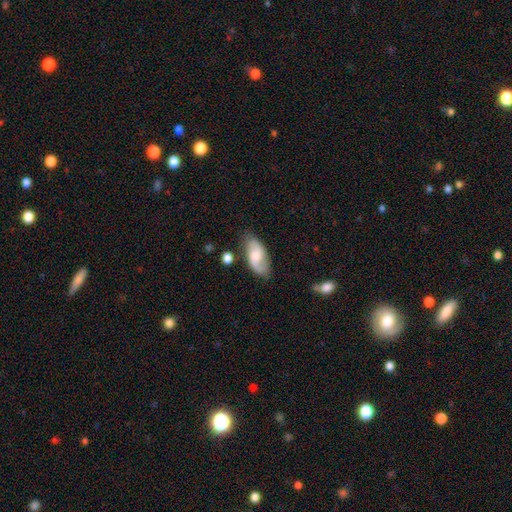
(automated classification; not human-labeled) A featured or disk galaxy (48%).

Vote fractions:
- Smooth or featured? featured or disk: 48% / smooth: 45% / star or artifact: 7%
- Merging? none: 67% / minor disturbance: 22% / major disturbance: 7% / merger: 4%